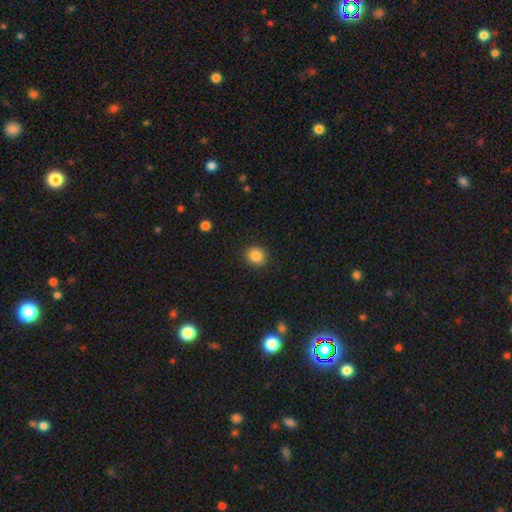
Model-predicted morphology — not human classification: Q: Smooth or featured?
A: smooth (85%); runner-up: star or artifact (10%)
Q: How rounded?
A: round (77%); runner-up: in between (22%)
Q: Merging?
A: none (89%); runner-up: minor disturbance (8%)